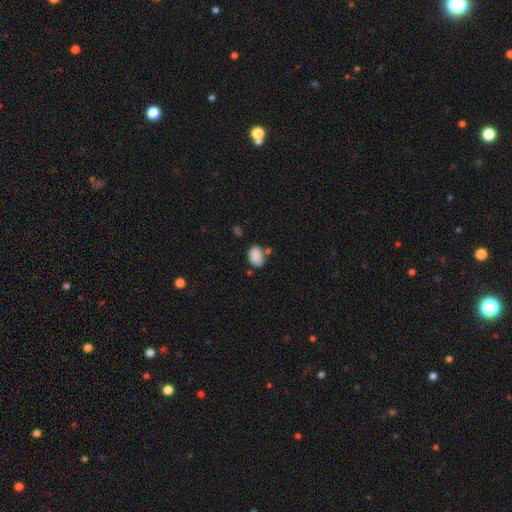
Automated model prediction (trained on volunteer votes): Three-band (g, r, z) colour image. It shows a smooth galaxy with no disk features (87%) that is in between round and cigar-shaped (83%). Merging: none (65%).